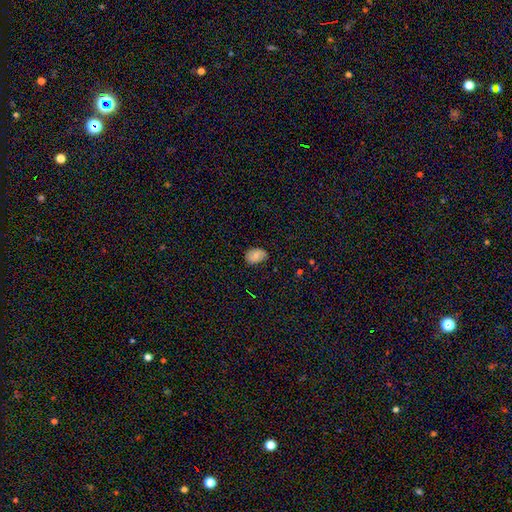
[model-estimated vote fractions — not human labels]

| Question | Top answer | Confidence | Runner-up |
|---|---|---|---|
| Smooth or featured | smooth | 75% | featured or disk (15%) |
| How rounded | in between | 79% | round (20%) |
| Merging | none | 74% | minor disturbance (21%) |